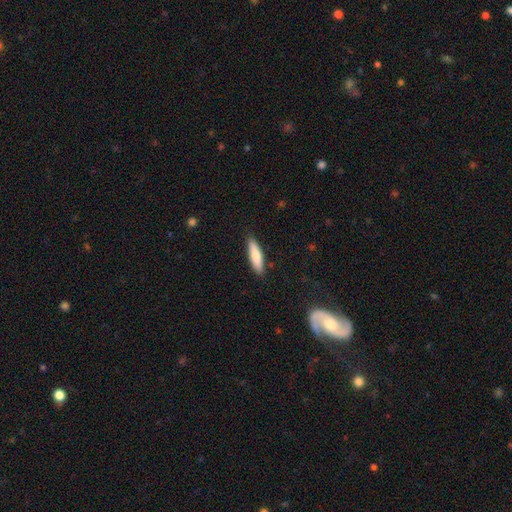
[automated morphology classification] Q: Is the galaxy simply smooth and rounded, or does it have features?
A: smooth — 73%.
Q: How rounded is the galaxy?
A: cigar-shaped — 69%.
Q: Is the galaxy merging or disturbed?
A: none — 88%.